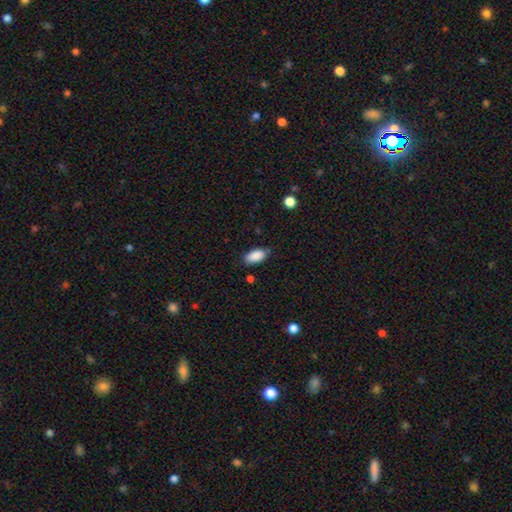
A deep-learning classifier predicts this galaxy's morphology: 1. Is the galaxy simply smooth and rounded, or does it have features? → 89% smooth, 7% star or artifact, 4% featured or disk.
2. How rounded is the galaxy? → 92% in between, 5% cigar-shaped, 3% round.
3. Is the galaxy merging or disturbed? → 80% none, 16% minor disturbance, 3% major disturbance, 1% merger.